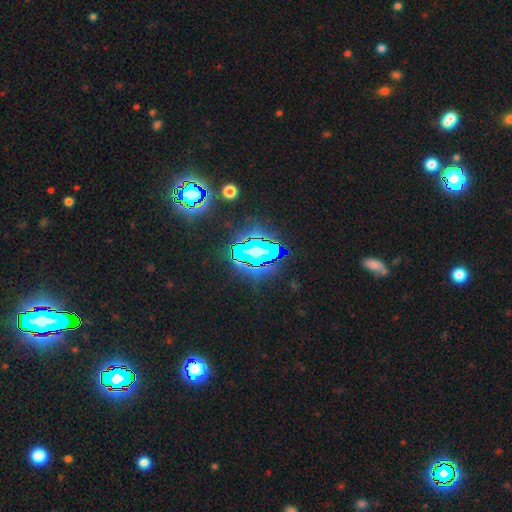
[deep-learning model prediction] The model was most divided on "smooth or featured": star or artifact: 65%, smooth: 18%, featured or disk: 17%.